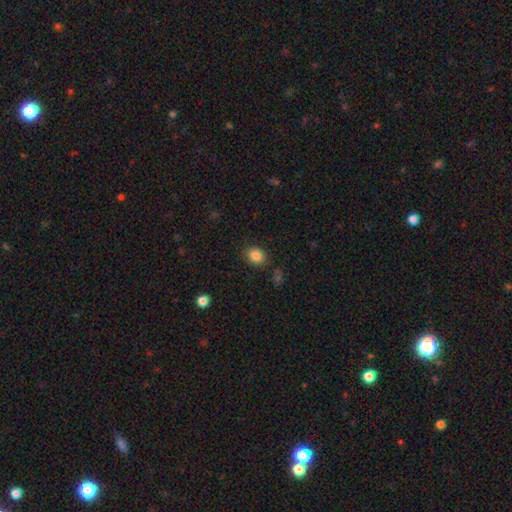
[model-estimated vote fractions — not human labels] Q: Smooth or featured?
A: smooth (85%); runner-up: star or artifact (10%)
Q: How rounded?
A: round (52%); runner-up: in between (47%)
Q: Merging?
A: none (84%); runner-up: minor disturbance (11%)